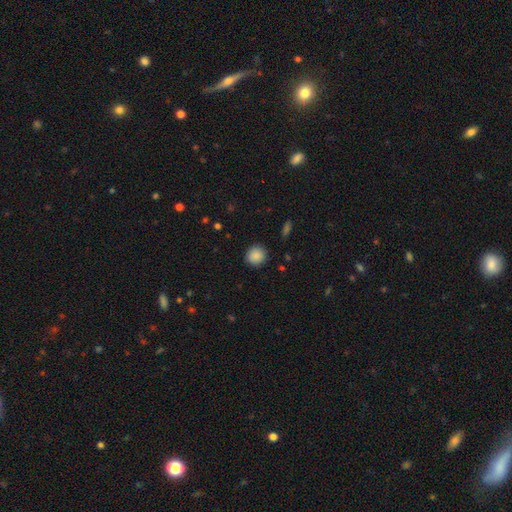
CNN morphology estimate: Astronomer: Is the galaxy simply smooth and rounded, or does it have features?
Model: smooth — 88%.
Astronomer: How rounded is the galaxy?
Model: round — 91%.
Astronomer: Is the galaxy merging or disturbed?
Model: none — 90%.